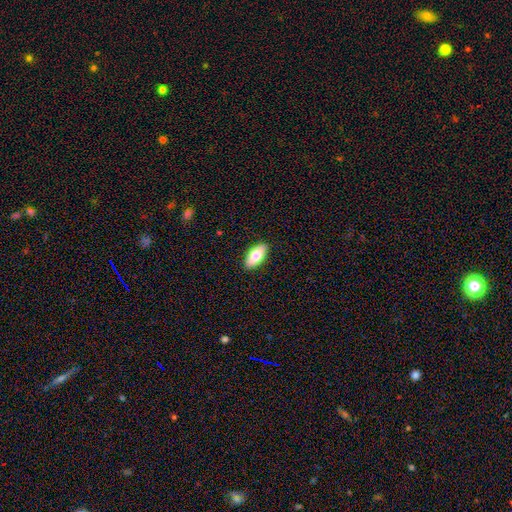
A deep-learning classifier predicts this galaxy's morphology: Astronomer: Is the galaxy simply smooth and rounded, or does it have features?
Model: smooth — 75%.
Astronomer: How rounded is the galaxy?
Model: in between — 86%.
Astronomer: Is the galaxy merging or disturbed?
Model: none — 89%.